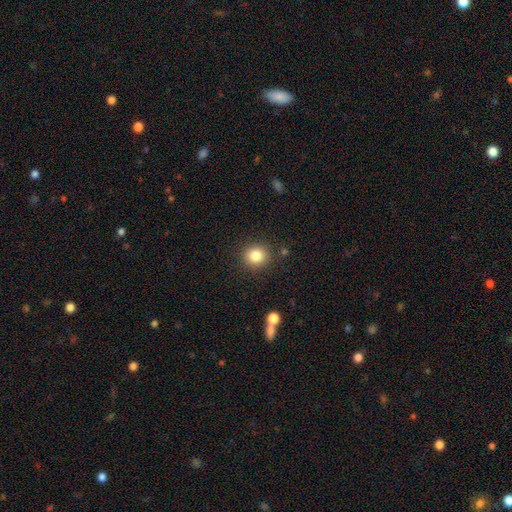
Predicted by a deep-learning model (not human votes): Morphology: type=smooth (83%); roundness=round (87%); merging=none (88%).